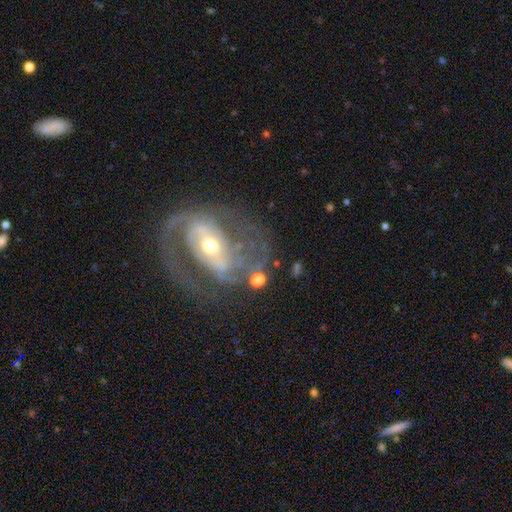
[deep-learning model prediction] A featured or disk galaxy (84%) with a strong bar (48%), 2 (77%) medium (46%) spiral arms (85%) and a moderate central bulge (47%, tied with small). Merging: none (64%).